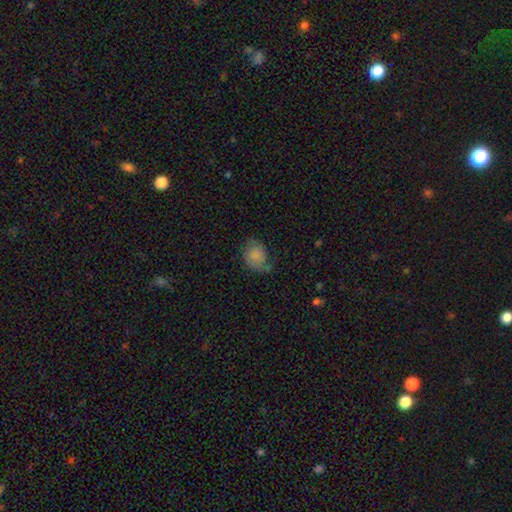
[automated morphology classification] Smooth or featured?
  - smooth: 60% *
  - featured or disk: 30%
  - star or artifact: 10%
How rounded?
  - in between: 54% *
  - round: 45%
  - cigar-shaped: 1%
Merging?
  - none: 49% *
  - minor disturbance: 30%
  - major disturbance: 19%
  - merger: 2%